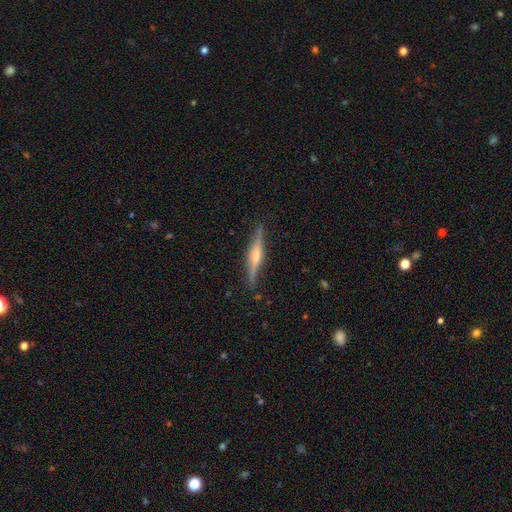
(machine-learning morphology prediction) Overall: featured or disk (77%). Edge-on disk: yes (98%). Edge-on bulge: rounded (75%). Merging: none (88%).